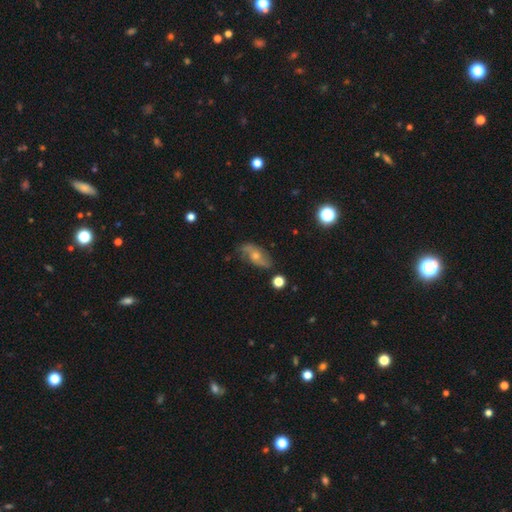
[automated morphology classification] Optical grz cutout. It shows a featured or disk galaxy (64%) with no bar (70%), 2 (85%) loose (63%) spiral arms (86%) and a moderate central bulge (47%). Merging: none (66%).